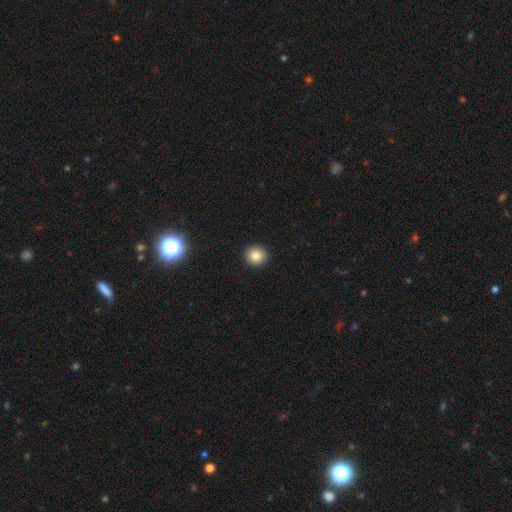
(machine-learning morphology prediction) Smooth or featured: smooth — 84% (star or artifact — 10%)
How rounded: round — 83% (in between — 16%)
Merging: none — 93% (minor disturbance — 5%)